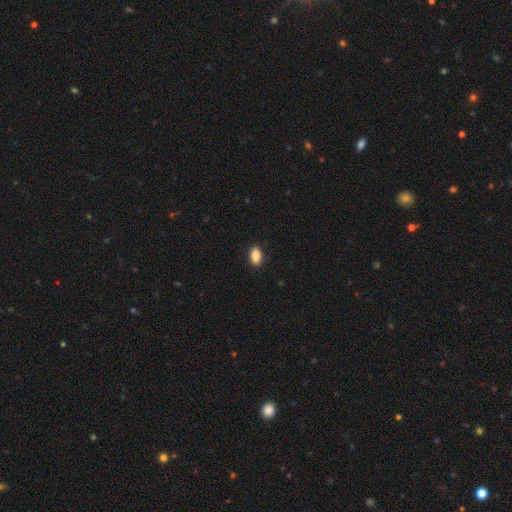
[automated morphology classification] Q: Smooth or featured?
A: smooth (87%); runner-up: star or artifact (8%)
Q: How rounded?
A: in between (90%); runner-up: round (7%)
Q: Merging?
A: none (90%); runner-up: minor disturbance (7%)